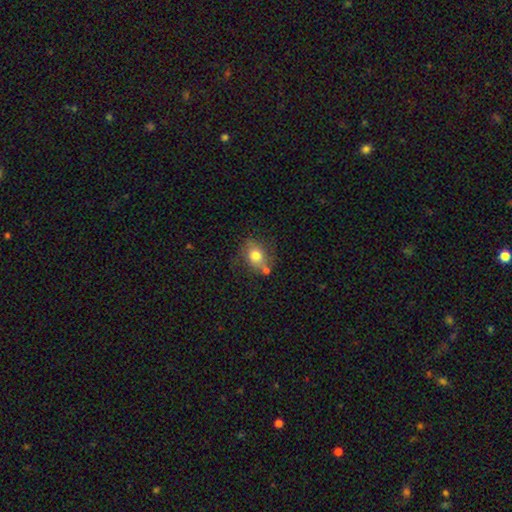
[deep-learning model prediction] smooth-or-featured: smooth: 73% | featured or disk: 17% | star or artifact: 10%
  how-rounded: in between: 53% | round: 45% | cigar-shaped: 2%
  merging: none: 59% | minor disturbance: 21% | merger: 13% | major disturbance: 7%